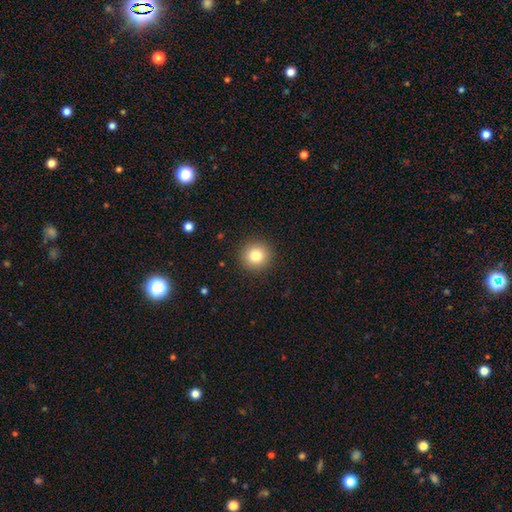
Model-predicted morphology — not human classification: This appears to be a smooth galaxy with no disk features (81%) that is round (94%). Merging: none (91%).